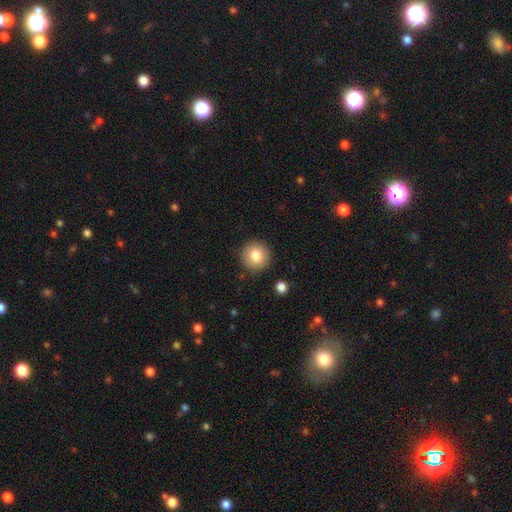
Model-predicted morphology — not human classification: smooth-or-featured: smooth: 82% | featured or disk: 9% | star or artifact: 9%
  how-rounded: round: 94% | in between: 5% | cigar-shaped: 1%
  merging: none: 89% | minor disturbance: 7% | major disturbance: 2% | merger: 2%